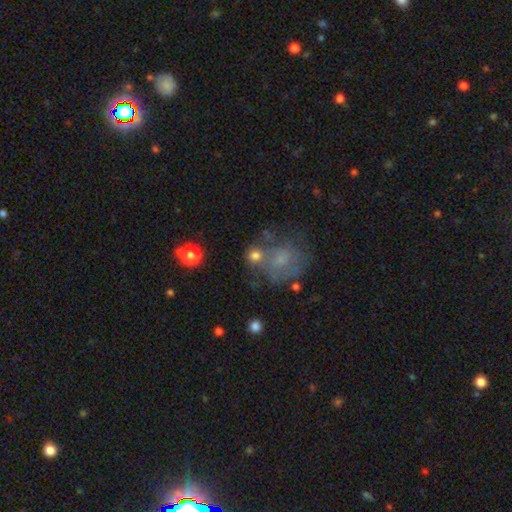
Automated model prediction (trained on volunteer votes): Smooth or featured? smooth (64%)
How rounded? round (80%)
Merging? none (48%)